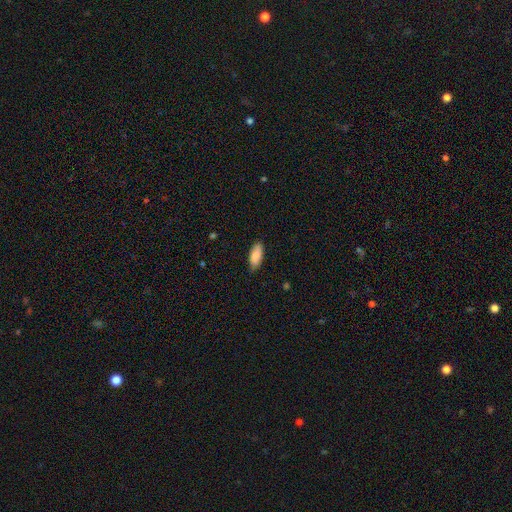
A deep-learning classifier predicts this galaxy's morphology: A smooth galaxy with no disk features (87%) that is in between round and cigar-shaped (83%). Merging: none (84%).